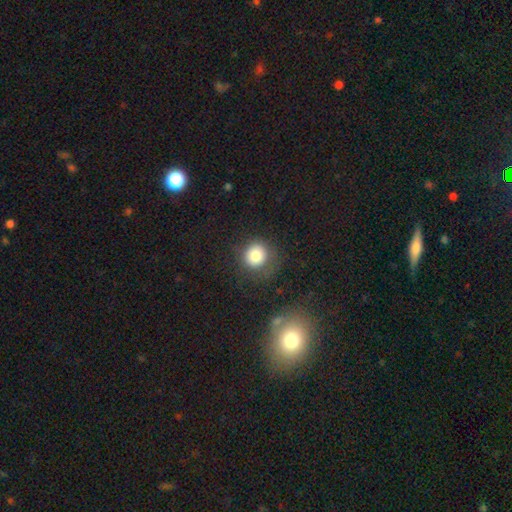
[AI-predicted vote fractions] This appears to be a smooth galaxy with no disk features (81%) that is round (87%). Merging: none (70%).